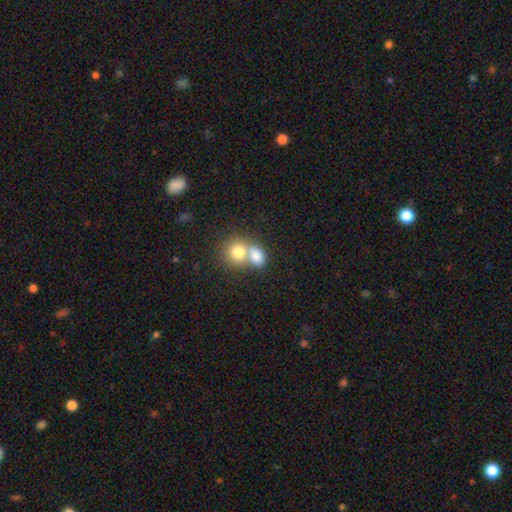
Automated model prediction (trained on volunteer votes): Smooth or featured: smooth — 78% (featured or disk — 13%)
How rounded: in between — 51% (round — 48%)
Merging: merger — 63% (none — 27%)